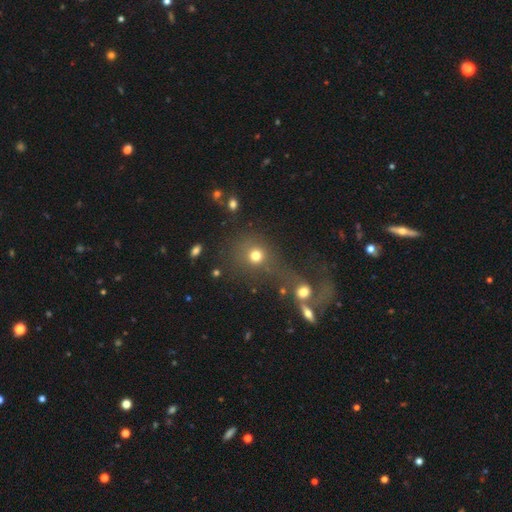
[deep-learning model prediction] A smooth galaxy with no disk features (72%) that is round (85%).

Vote fractions:
- Smooth or featured? smooth: 72% / star or artifact: 17% / featured or disk: 11%
- How rounded? round: 85% / in between: 14% / cigar-shaped: 1%
- Merging? none: 44% / merger: 36% / major disturbance: 11% / minor disturbance: 9%